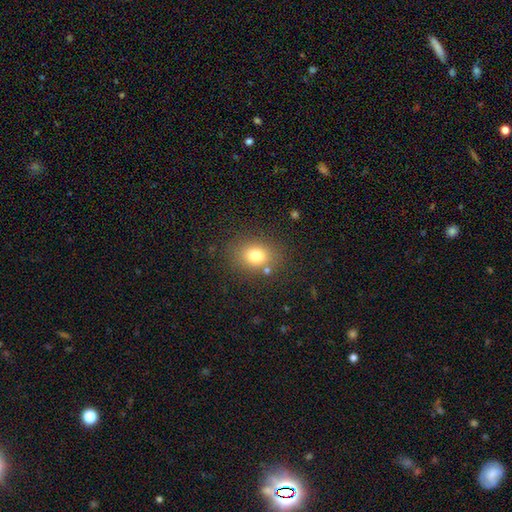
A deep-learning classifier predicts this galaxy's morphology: Smooth or featured? Predicted: smooth (p=0.77). How rounded? Predicted: round (p=0.50). Merging? Predicted: none (p=0.80).